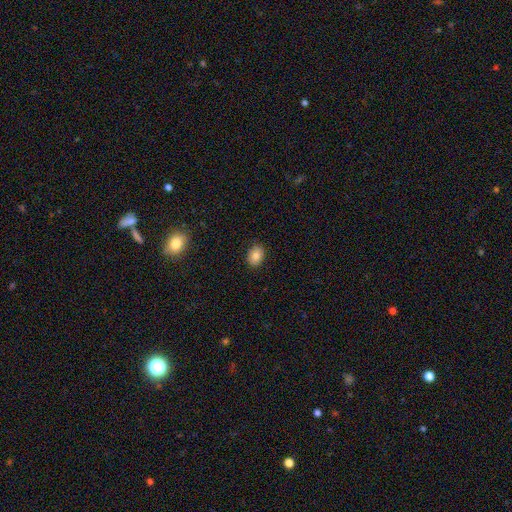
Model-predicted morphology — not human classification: smooth 82%, star or artifact 9%, featured or disk 8%. Down the decision tree: how rounded — in between (68%); merging — none (87%).